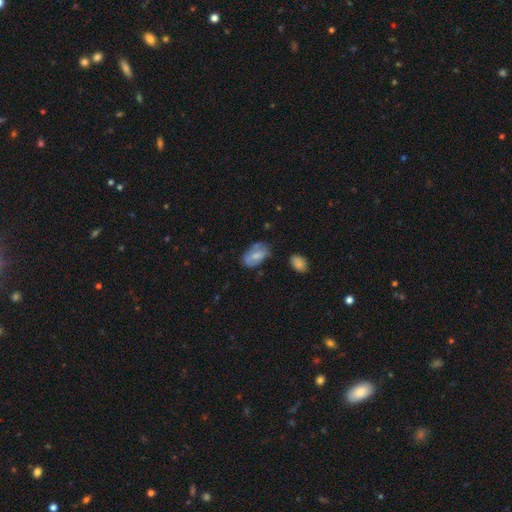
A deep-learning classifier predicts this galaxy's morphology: Smooth or featured? Predicted: smooth (p=0.54). How rounded? Predicted: in between (p=0.90). Merging? Predicted: none (p=0.57).